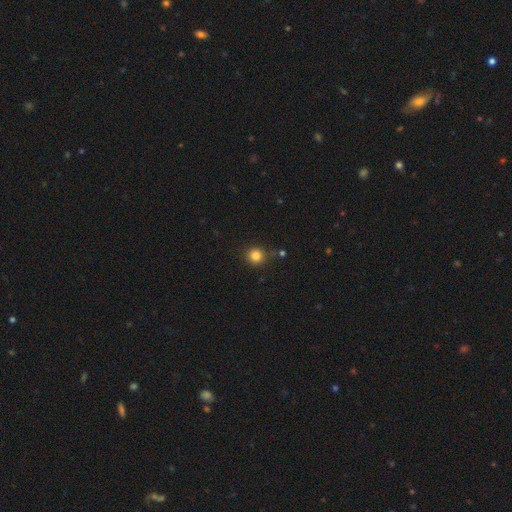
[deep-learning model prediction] Smooth or featured? smooth (83%)
How rounded? round (94%)
Merging? none (85%)